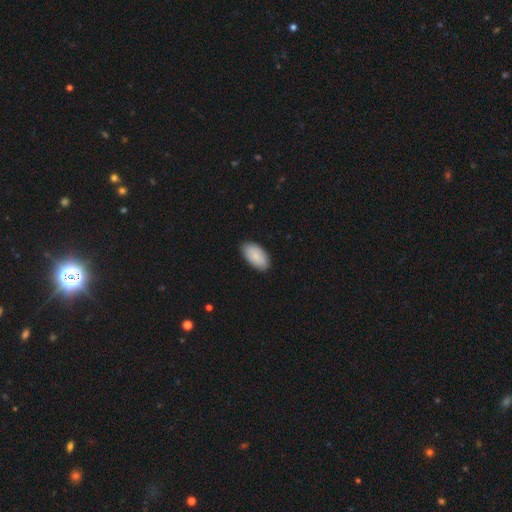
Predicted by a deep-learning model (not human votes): This appears to be a smooth galaxy with no disk features (88%) that is in between round and cigar-shaped (95%). Merging: none (86%).